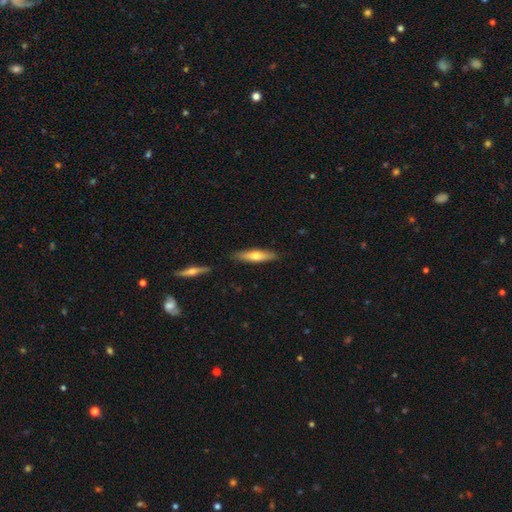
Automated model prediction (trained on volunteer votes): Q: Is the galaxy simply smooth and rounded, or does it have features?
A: smooth — 54%.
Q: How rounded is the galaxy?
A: cigar-shaped — 77%.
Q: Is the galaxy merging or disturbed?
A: none — 86%.